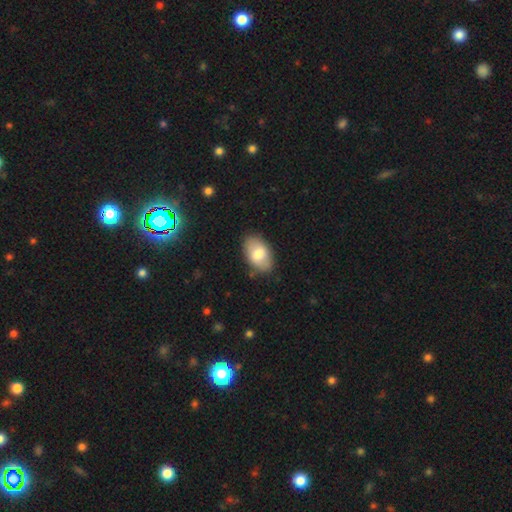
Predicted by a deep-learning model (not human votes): The model was most divided on "smooth or featured": smooth: 74%, featured or disk: 19%, star or artifact: 6%. More confident: how rounded — in between (92%); merging — none (82%).